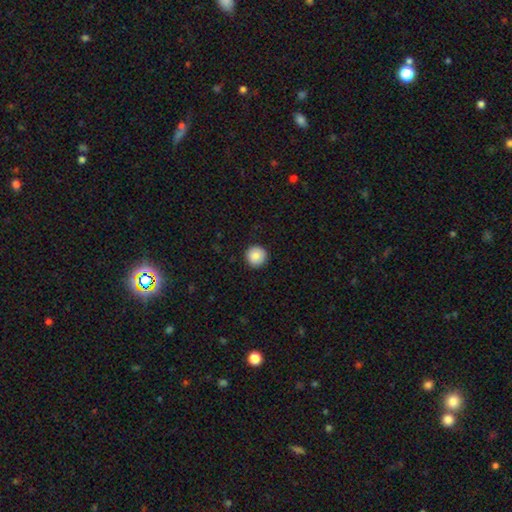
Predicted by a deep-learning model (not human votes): Smooth or featured?
  - smooth: 86% *
  - star or artifact: 8%
  - featured or disk: 6%
How rounded?
  - round: 96% *
  - in between: 3%
  - cigar-shaped: 1%
Merging?
  - none: 92% *
  - minor disturbance: 5%
  - major disturbance: 2%
  - merger: 1%